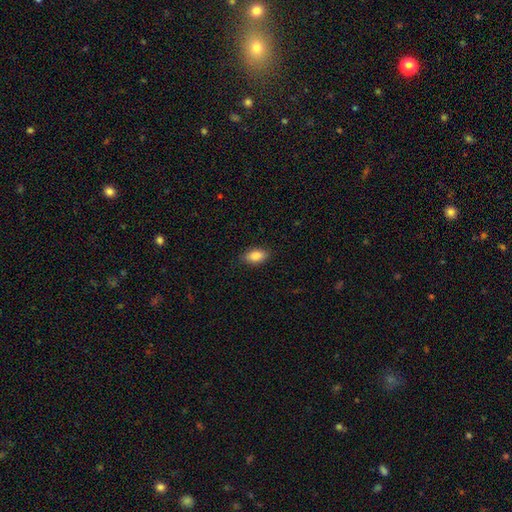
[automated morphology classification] This appears to be a smooth galaxy with no disk features (86%) that is in between round and cigar-shaped (91%). Merging: none (85%).